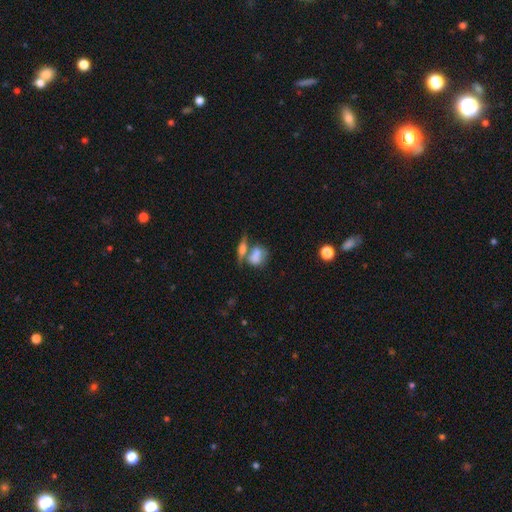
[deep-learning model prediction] Smooth or featured? Predicted: smooth (p=0.68). How rounded? Predicted: in between (p=0.71). Merging? Predicted: merger (p=0.50).